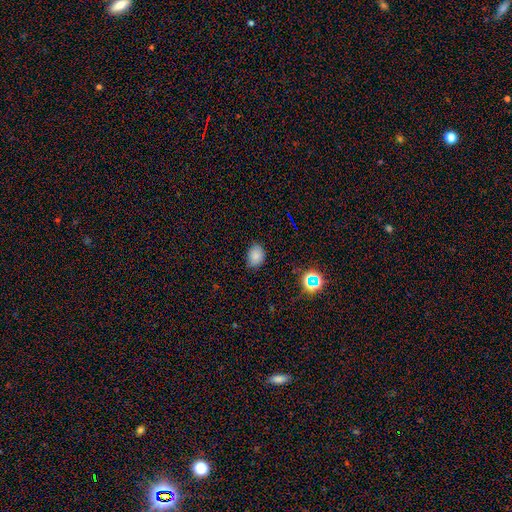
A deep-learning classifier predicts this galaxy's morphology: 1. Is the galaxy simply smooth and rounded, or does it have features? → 80% smooth, 14% star or artifact, 7% featured or disk.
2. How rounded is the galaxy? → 64% in between, 35% round, 1% cigar-shaped.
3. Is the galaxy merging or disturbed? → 73% none, 22% minor disturbance, 4% major disturbance, 1% merger.